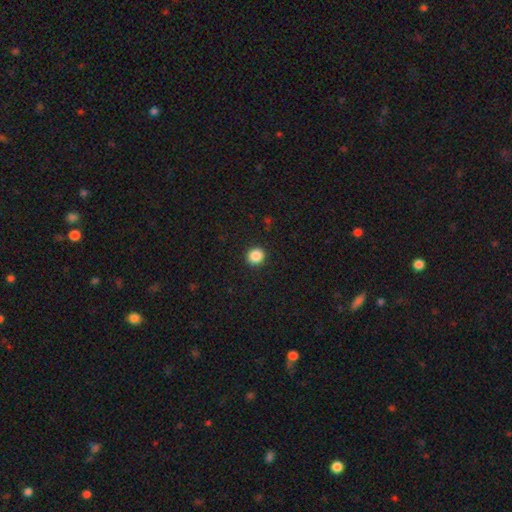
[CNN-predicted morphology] smooth 87%, star or artifact 10%, featured or disk 3%. Down the decision tree: how rounded — round (92%); merging — none (93%).